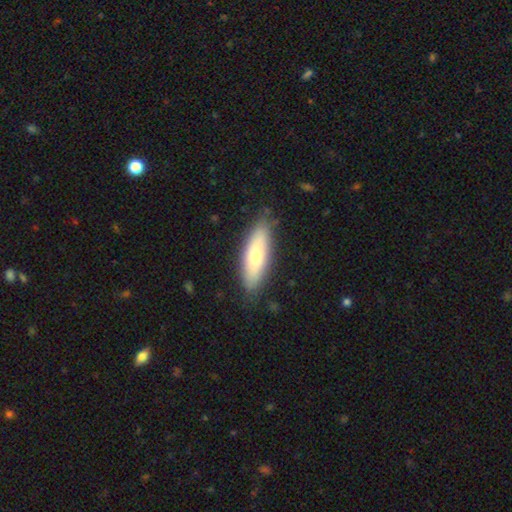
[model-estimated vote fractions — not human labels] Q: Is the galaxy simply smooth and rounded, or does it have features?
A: smooth — 69%.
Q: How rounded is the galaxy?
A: in between — 51%.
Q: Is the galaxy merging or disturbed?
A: none — 84%.